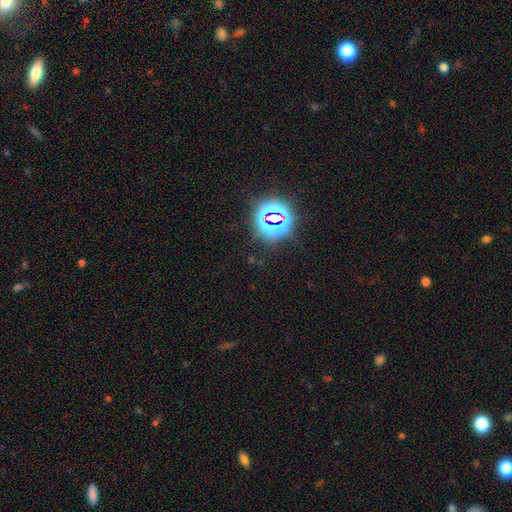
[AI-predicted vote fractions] Morphology: type=star or artifact (79%).